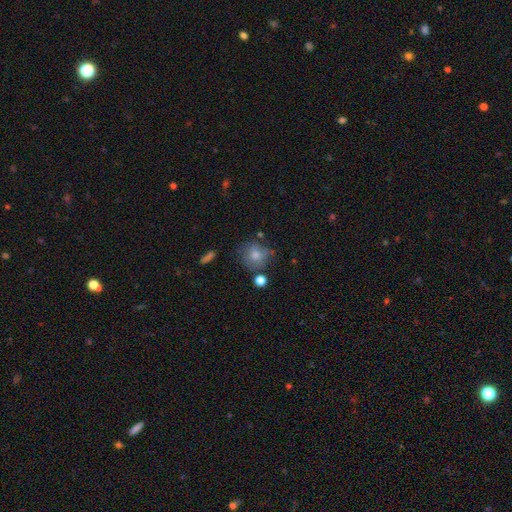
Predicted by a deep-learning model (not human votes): Smooth or featured: smooth — 62% (featured or disk — 22%)
How rounded: round — 81% (in between — 17%)
Merging: none — 64% (minor disturbance — 21%)